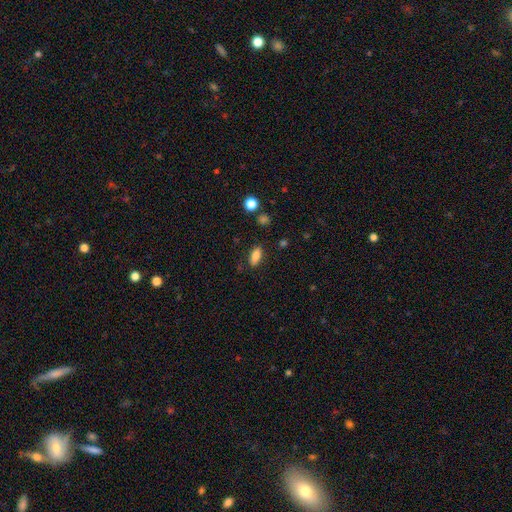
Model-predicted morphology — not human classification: A smooth galaxy with no disk features (82%) that is in between round and cigar-shaped (78%). Merging: none (84%).